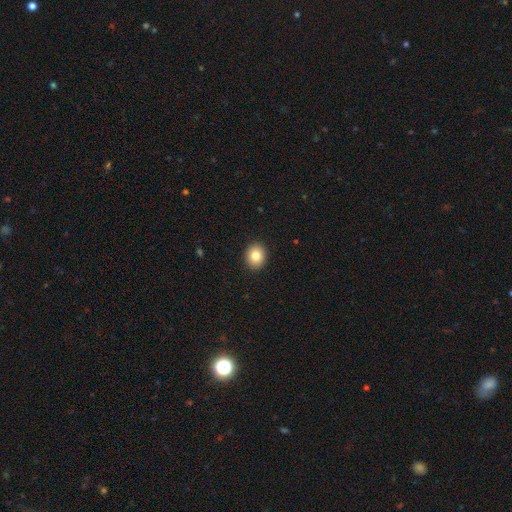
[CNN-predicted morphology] A smooth galaxy with no disk features (83%) that is round (58%). Merging: none (91%).